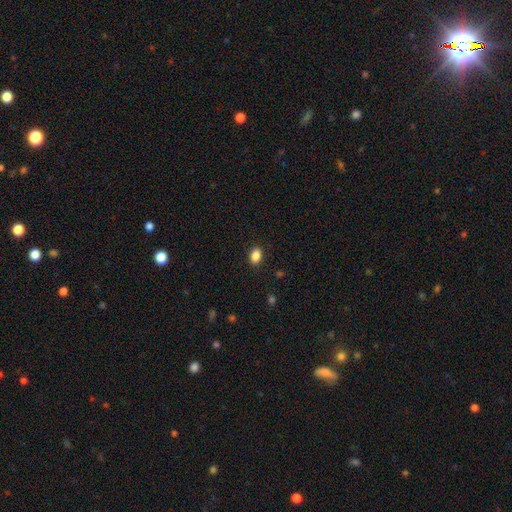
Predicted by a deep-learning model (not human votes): The model was most divided on "how rounded": in between: 80%, round: 19%, cigar-shaped: 1%. More confident: merging — none (88%); smooth or featured — smooth (87%).